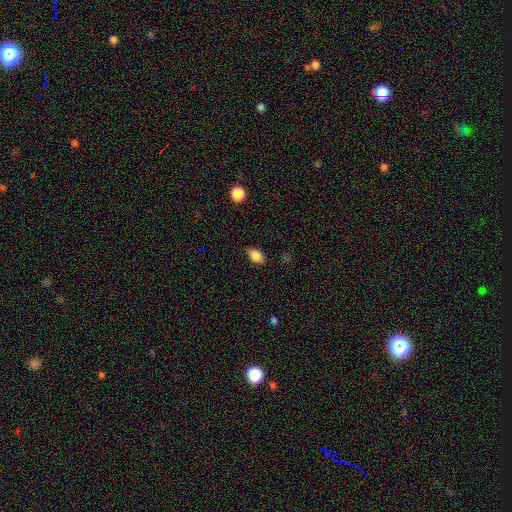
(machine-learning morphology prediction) type=smooth (86%); roundness=in between (88%); merging=none (82%).